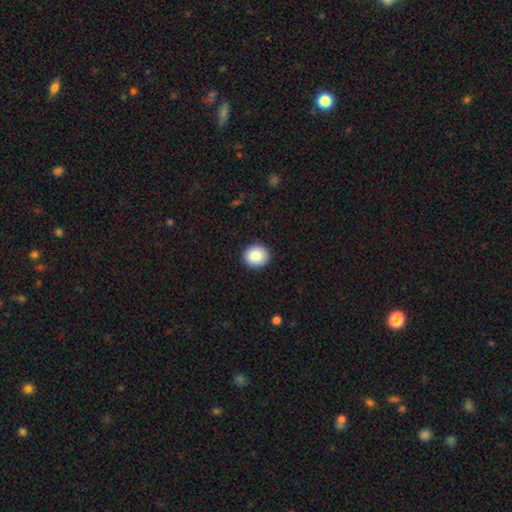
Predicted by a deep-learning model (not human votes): A smooth galaxy with no disk features (86%) that is round (84%).

Vote fractions:
- Smooth or featured? smooth: 86% / star or artifact: 8% / featured or disk: 6%
- How rounded? round: 84% / in between: 15% / cigar-shaped: 1%
- Merging? none: 91% / minor disturbance: 6% / major disturbance: 2% / merger: 1%